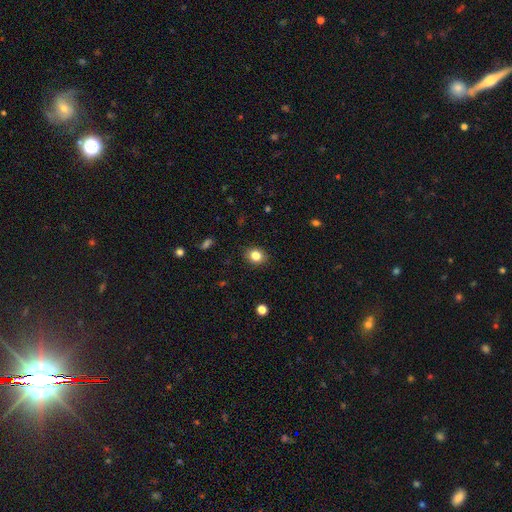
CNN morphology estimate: The model was most divided on "how rounded": round: 64%, in between: 35%, cigar-shaped: 1%. More confident: merging — none (89%); smooth or featured — smooth (83%).